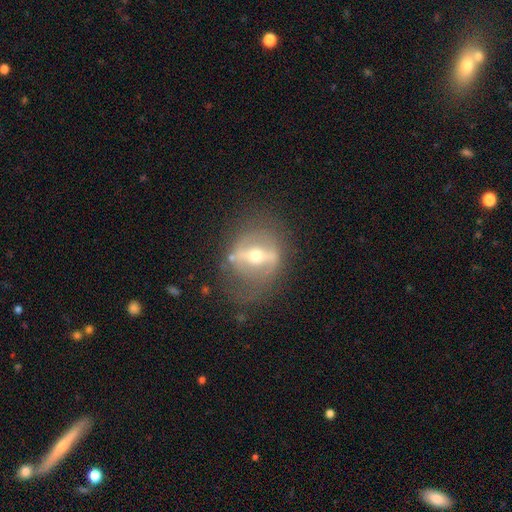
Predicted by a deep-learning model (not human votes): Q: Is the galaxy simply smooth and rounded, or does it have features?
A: featured or disk — 78%.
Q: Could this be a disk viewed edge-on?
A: no — 79%.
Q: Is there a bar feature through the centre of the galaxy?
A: strong — 74%.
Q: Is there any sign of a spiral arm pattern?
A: no — 66%.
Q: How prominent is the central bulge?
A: moderate — 67%.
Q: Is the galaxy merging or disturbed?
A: none — 66%.